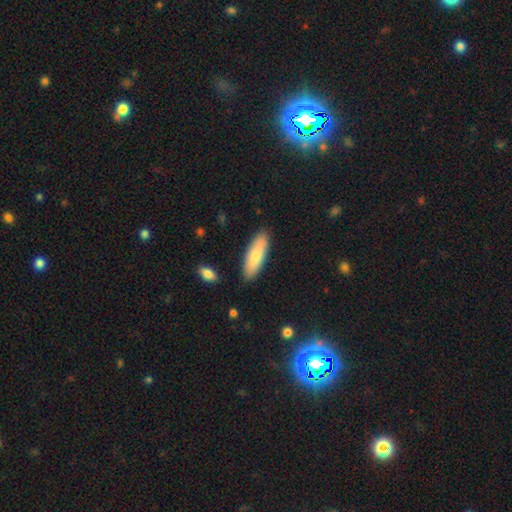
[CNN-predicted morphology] Smooth or featured? smooth (78%)
How rounded? in between (55%)
Merging? none (85%)